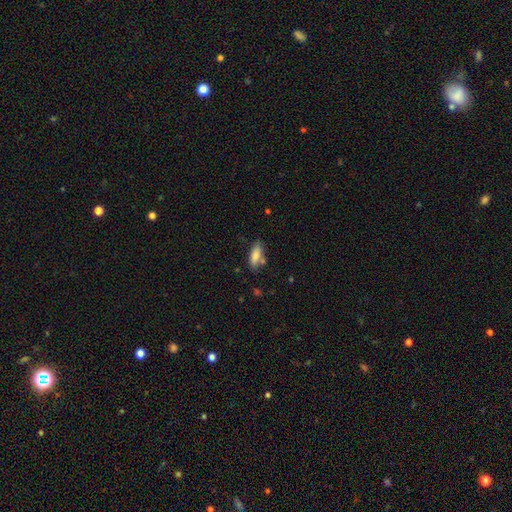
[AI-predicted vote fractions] Smooth or featured: smooth — 83% (featured or disk — 10%)
How rounded: in between — 73% (cigar-shaped — 25%)
Merging: none — 69% (minor disturbance — 18%)